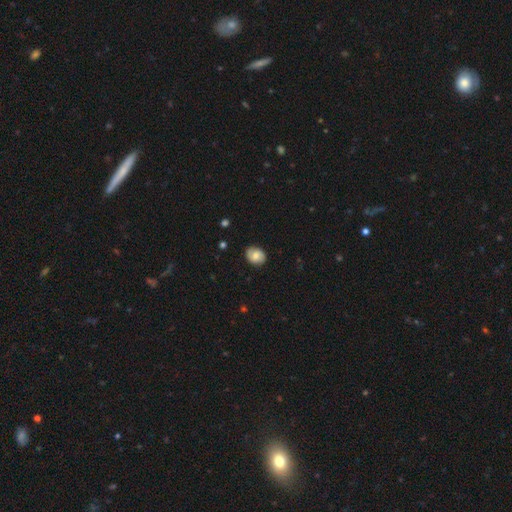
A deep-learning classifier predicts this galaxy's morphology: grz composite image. It shows a smooth galaxy with no disk features (58%) that is in between round and cigar-shaped (51%). Merging: none (81%).